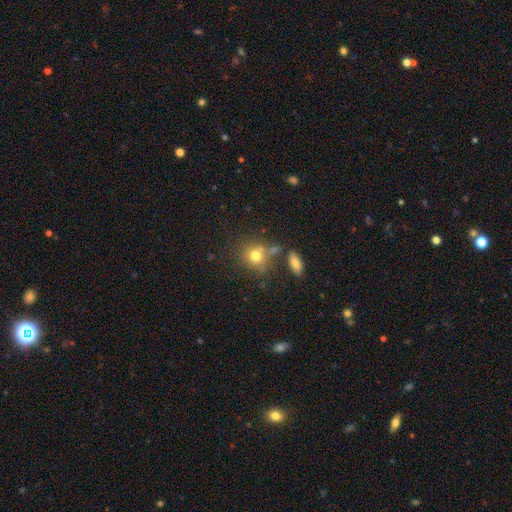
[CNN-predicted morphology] A smooth galaxy with no disk features (76%) that is round (75%). Merging: none (63%).